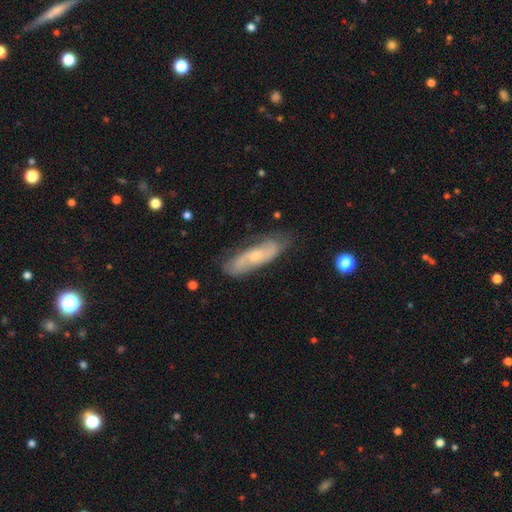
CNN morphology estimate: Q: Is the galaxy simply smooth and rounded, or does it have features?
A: featured or disk — 62%.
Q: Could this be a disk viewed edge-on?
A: no — 78%.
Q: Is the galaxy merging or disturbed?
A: none — 76%.